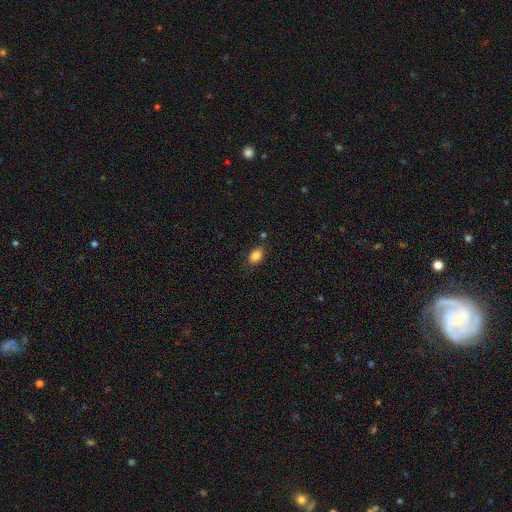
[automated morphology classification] type=smooth (85%); roundness=in between (87%); merging=none (77%).